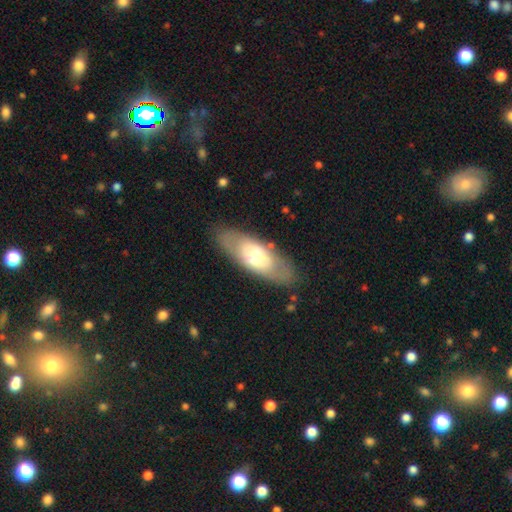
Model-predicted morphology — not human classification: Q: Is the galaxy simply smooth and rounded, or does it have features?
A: smooth — 50%.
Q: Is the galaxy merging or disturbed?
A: none — 82%.